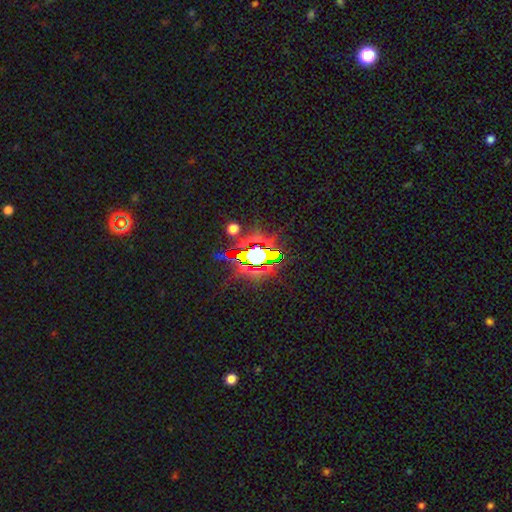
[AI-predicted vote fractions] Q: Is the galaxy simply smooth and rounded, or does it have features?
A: star or artifact — 73%.